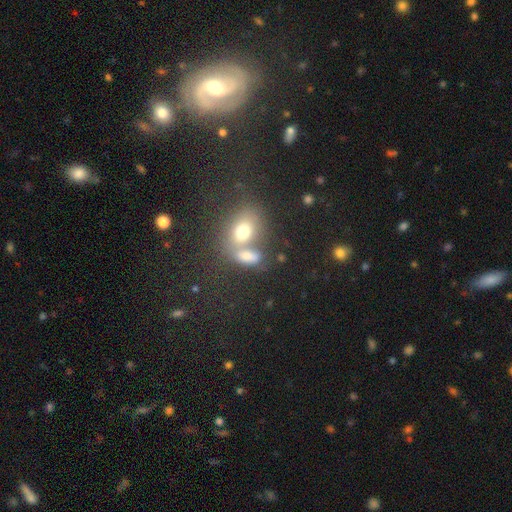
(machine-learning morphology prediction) A smooth galaxy with no disk features (56%) that is in between round and cigar-shaped (58%).

Vote fractions:
- Smooth or featured? smooth: 56% / featured or disk: 25% / star or artifact: 20%
- How rounded? in between: 58% / round: 40% / cigar-shaped: 3%
- Merging? merger: 42% / none: 40% / minor disturbance: 11% / major disturbance: 6%